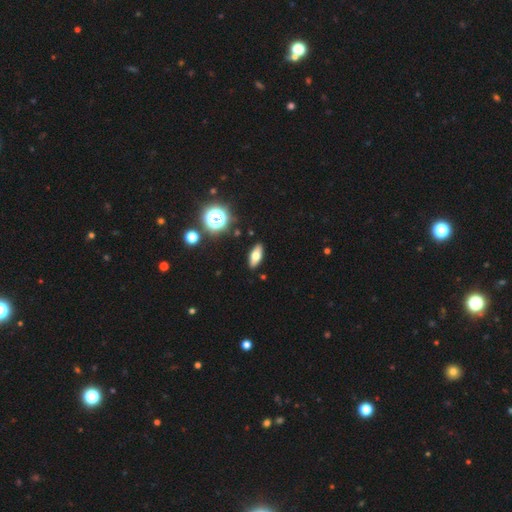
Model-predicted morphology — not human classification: A smooth galaxy with no disk features (65%) that is in between round and cigar-shaped (74%).

Vote fractions:
- Smooth or featured? smooth: 65% / featured or disk: 25% / star or artifact: 11%
- How rounded? in between: 74% / cigar-shaped: 19% / round: 7%
- Merging? none: 89% / minor disturbance: 8% / major disturbance: 2% / merger: 1%